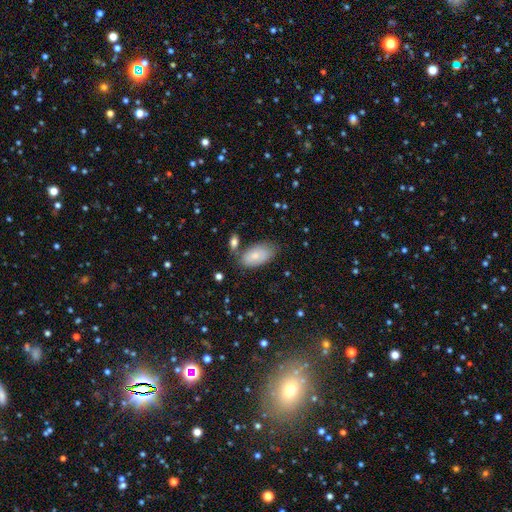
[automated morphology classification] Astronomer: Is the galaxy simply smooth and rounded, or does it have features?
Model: smooth — 78%.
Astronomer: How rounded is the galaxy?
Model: in between — 94%.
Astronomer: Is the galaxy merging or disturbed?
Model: none — 62%.